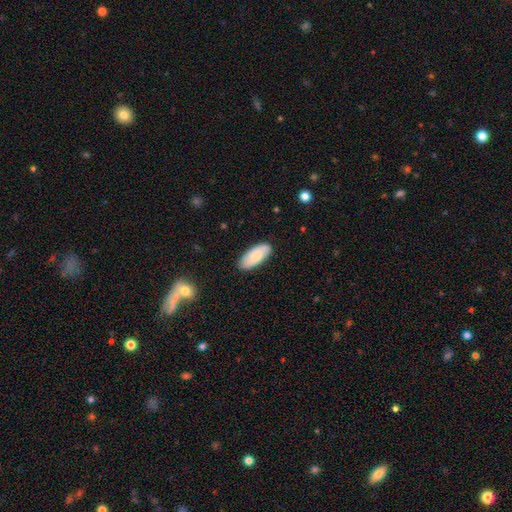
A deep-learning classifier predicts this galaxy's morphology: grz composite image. It shows a smooth galaxy with no disk features (74%) that is in between round and cigar-shaped (87%). Merging: none (85%).